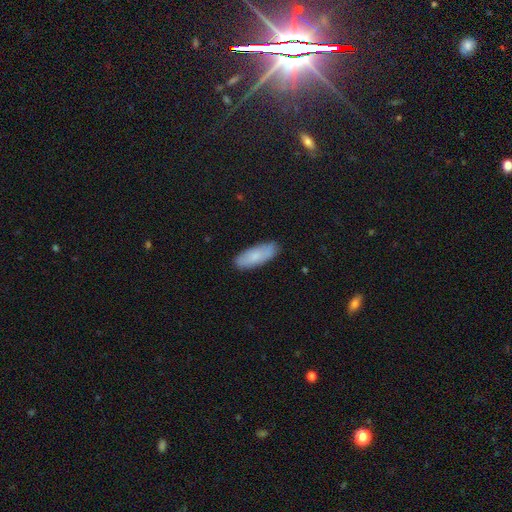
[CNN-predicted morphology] A smooth galaxy with no disk features (77%) that is in between round and cigar-shaped (67%). Merging: none (84%).